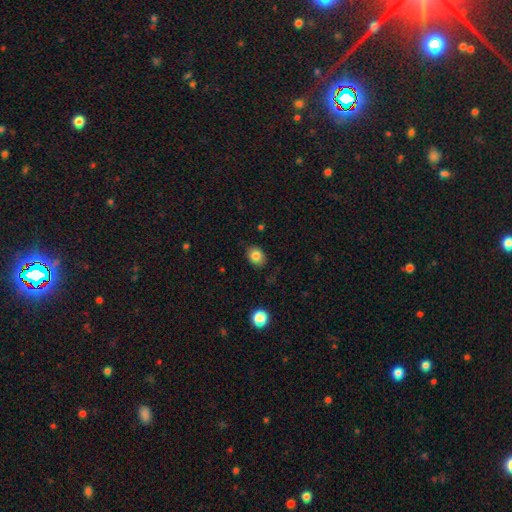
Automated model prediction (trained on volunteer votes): Smooth or featured? smooth (83%)
How rounded? in between (59%)
Merging? none (84%)